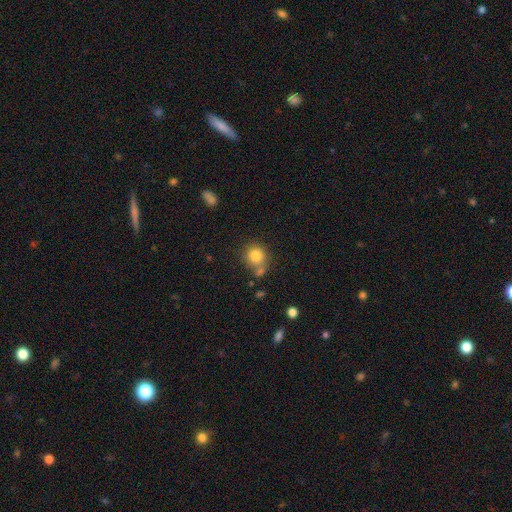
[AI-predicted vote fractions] Smooth or featured: smooth — 82% (star or artifact — 10%)
How rounded: round — 88% (in between — 11%)
Merging: none — 61% (merger — 20%)